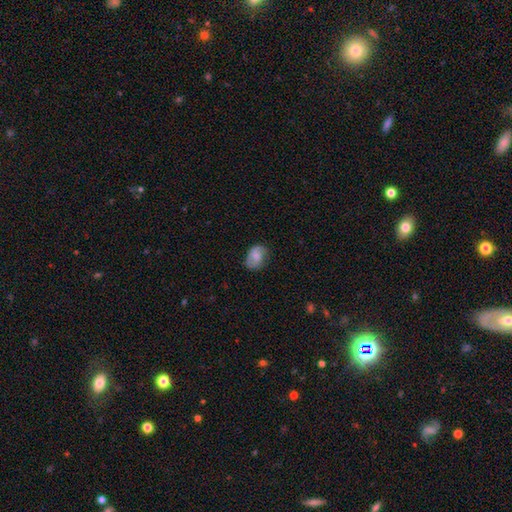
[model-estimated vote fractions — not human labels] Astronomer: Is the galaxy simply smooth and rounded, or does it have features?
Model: smooth — 68%.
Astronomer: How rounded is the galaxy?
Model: in between — 72%.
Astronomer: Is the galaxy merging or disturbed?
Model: none — 62%.